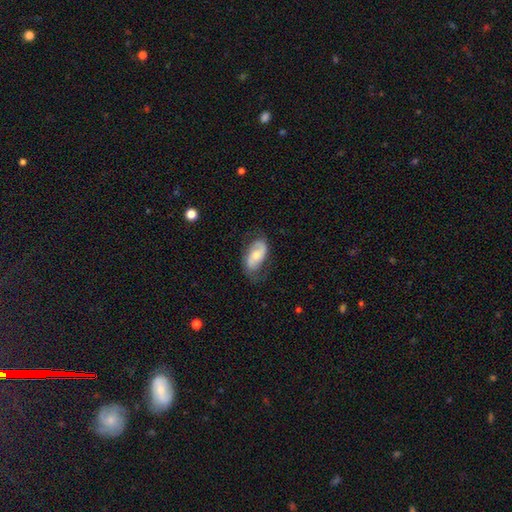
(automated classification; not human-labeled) This is possibly a featured or disk galaxy (59%). It is clearly not viewed edge-on (94%). Bar: possibly no (53%). Spiral arm pattern: clearly yes (83%). Central bulge: possibly moderate (54%). Merging: likely none (65%).